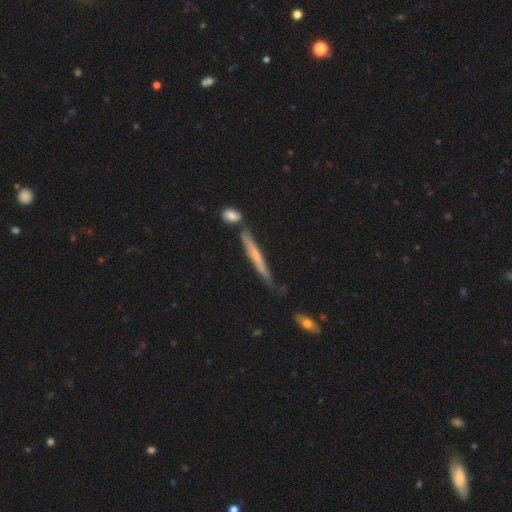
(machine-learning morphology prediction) type=smooth (47%, tied with featured or disk); merging=none (66%).